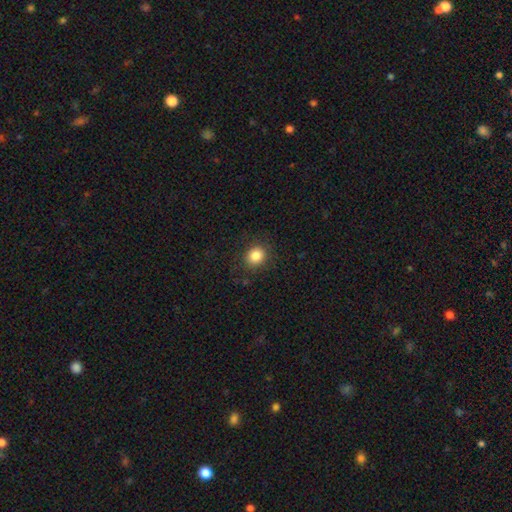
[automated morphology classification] A smooth galaxy with no disk features (85%) that is round (77%).

Vote fractions:
- Smooth or featured? smooth: 85% / star or artifact: 10% / featured or disk: 5%
- How rounded? round: 77% / in between: 22% / cigar-shaped: 1%
- Merging? none: 87% / minor disturbance: 9% / major disturbance: 3% / merger: 1%